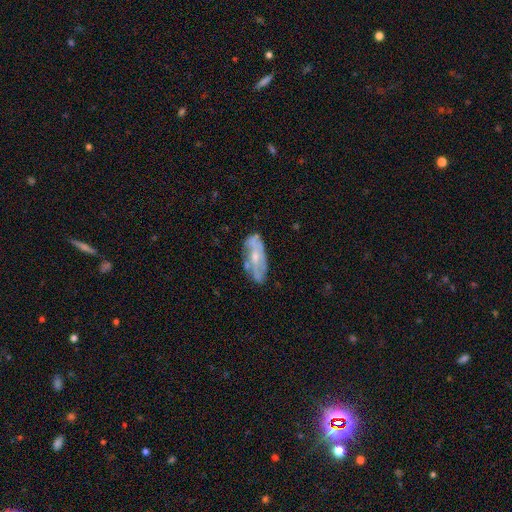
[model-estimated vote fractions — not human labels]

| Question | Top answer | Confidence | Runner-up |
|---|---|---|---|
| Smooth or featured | featured or disk | 61% | smooth (32%) |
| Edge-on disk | no | 84% | yes (16%) |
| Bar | no | 66% | weak (26%) |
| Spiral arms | yes | 51% | no (49%) |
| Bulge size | small | 46% | moderate (45%) |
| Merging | none | 63% | minor disturbance (24%) |